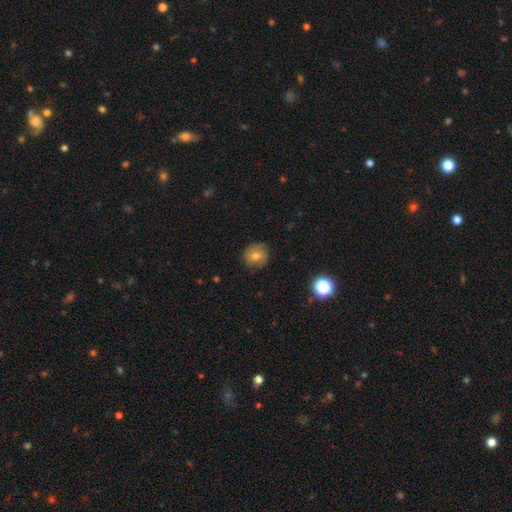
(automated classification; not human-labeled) A smooth galaxy with no disk features (63%) that is round (87%). Merging: none (83%).